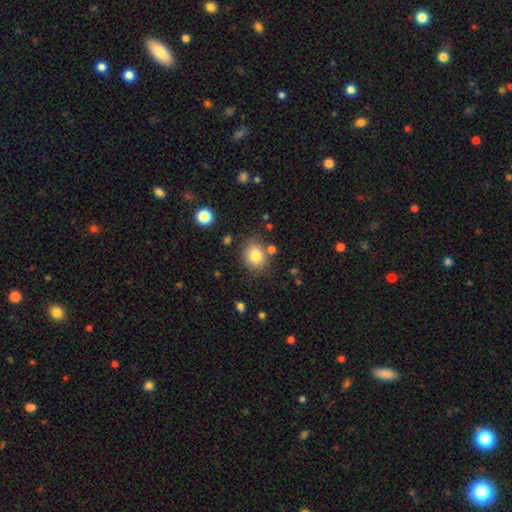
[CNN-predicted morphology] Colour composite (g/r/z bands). It shows a smooth galaxy with no disk features (80%) that is round (65%). Merging: none (77%).